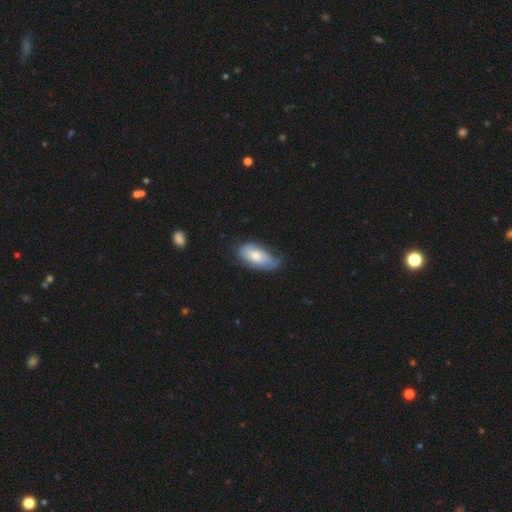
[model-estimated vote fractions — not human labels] The model was most divided on "merging": none: 48%, minor disturbance: 38%, major disturbance: 12%, merger: 2%. More confident: how rounded — in between (92%); smooth or featured — smooth (58%).